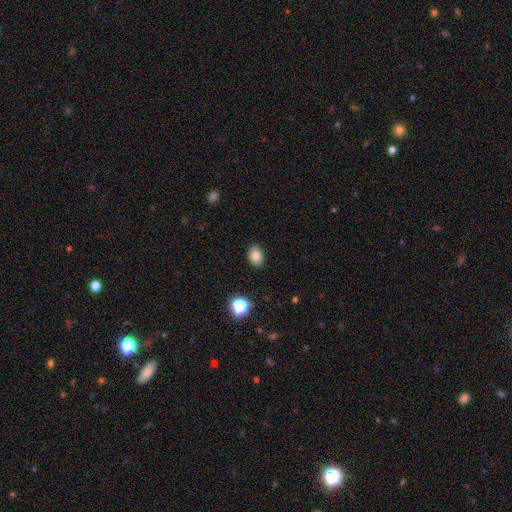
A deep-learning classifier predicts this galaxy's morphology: Smooth or featured: smooth — 82% (star or artifact — 10%)
How rounded: in between — 80% (round — 19%)
Merging: none — 87% (minor disturbance — 10%)